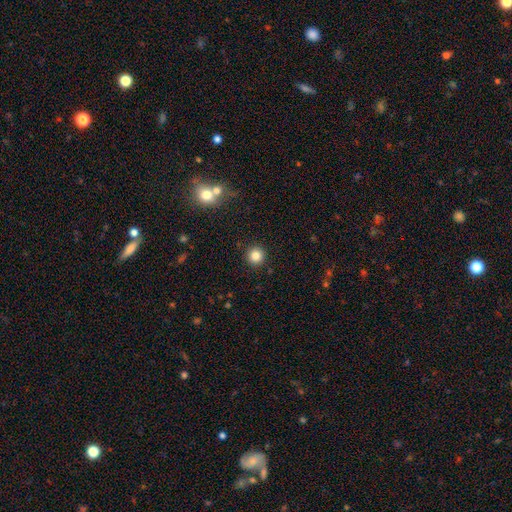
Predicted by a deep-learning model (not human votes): Overall: smooth (84%). How rounded: round (95%). Merging: none (92%).